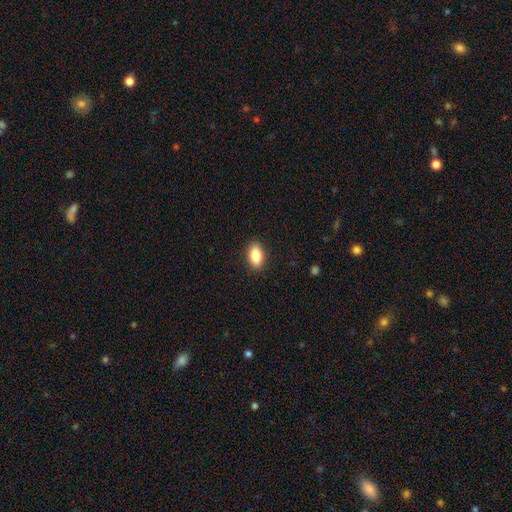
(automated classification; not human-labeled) smooth-or-featured: smooth: 86% | star or artifact: 7% | featured or disk: 7%
  how-rounded: in between: 90% | round: 6% | cigar-shaped: 4%
  merging: none: 89% | minor disturbance: 8% | major disturbance: 2% | merger: 1%